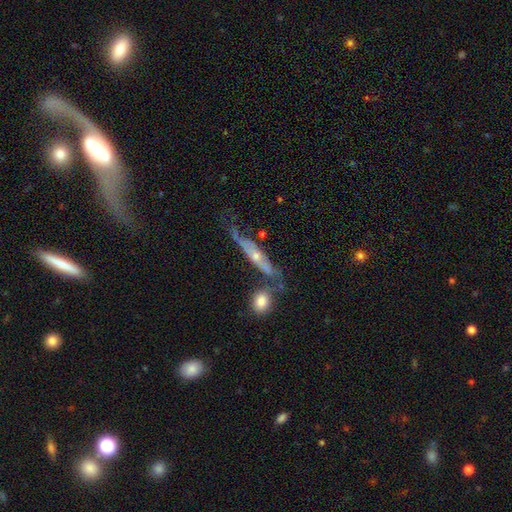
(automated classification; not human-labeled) A featured or disk galaxy (67%) viewed edge-on (51%).

Vote fractions:
- Smooth or featured? featured or disk: 67% / smooth: 26% / star or artifact: 7%
- Edge-on disk? yes: 51% / no: 49%
- Merging? none: 43% / minor disturbance: 26% / major disturbance: 17% / merger: 14%